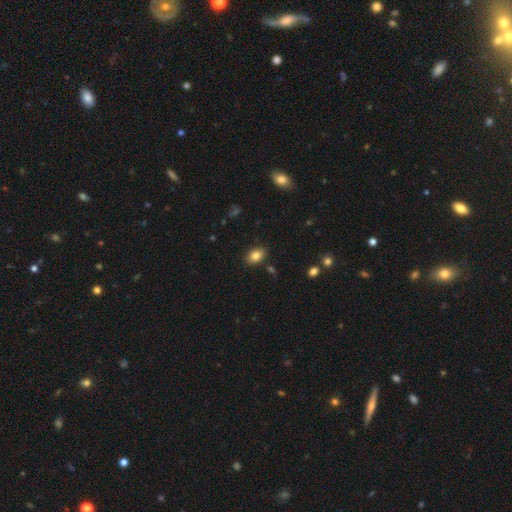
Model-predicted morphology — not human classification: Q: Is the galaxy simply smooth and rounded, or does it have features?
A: smooth — 83%.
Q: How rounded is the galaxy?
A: in between — 78%.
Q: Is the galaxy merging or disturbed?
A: none — 86%.